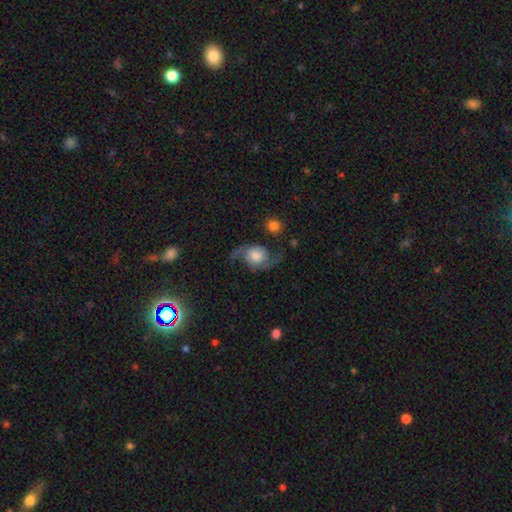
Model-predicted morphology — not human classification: featured or disk 79%, smooth 14%, star or artifact 7%. Down the decision tree: edge-on disk — no (97%); bar — no (73%); spiral arms — yes (95%); spiral arm count — 2 (94%); spiral winding — loose (69%); bulge size — moderate (40%); merging — none (67%).